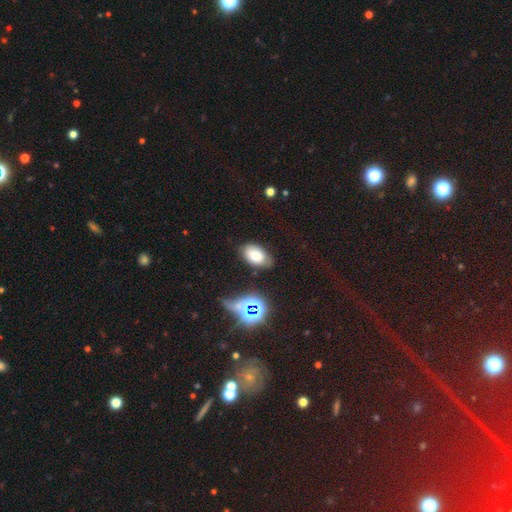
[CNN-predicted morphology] Q: Smooth or featured?
A: smooth (73%); runner-up: star or artifact (14%)
Q: How rounded?
A: in between (90%); runner-up: round (8%)
Q: Merging?
A: none (72%); runner-up: minor disturbance (20%)